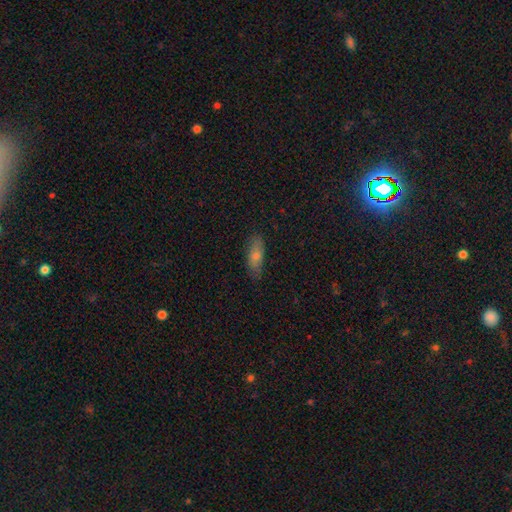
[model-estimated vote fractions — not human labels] This is likely a smooth galaxy (77%). How rounded: likely in between (70%). Merging: likely none (78%).